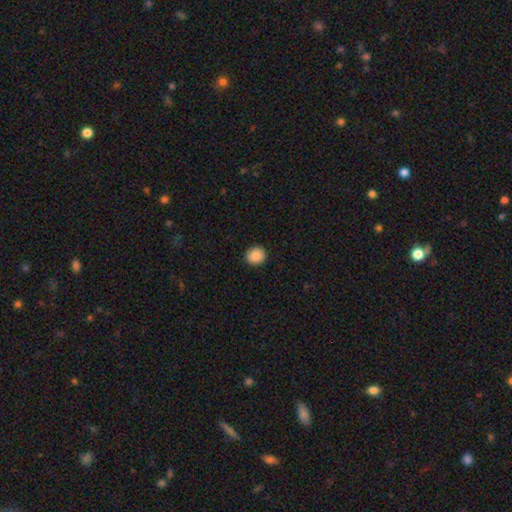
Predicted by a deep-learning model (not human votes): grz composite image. It shows a smooth galaxy with no disk features (89%) that is round (86%). Merging: none (92%).